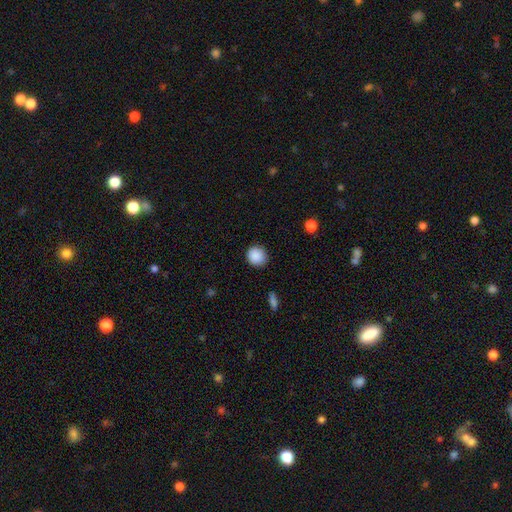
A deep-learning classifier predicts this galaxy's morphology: type=smooth (89%); roundness=round (88%); merging=none (88%).